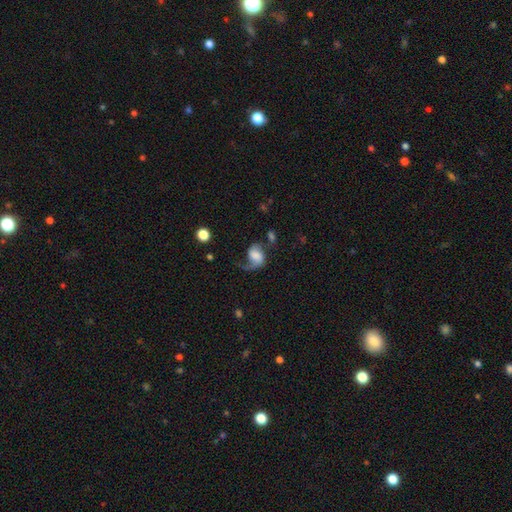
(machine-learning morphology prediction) The model was most divided on "bulge size": none: 29%, large: 27%, moderate: 19%, small: 15%, dominant: 10%. Remaining: edge-on disk — no (98%); spiral arms — yes (92%); smooth or featured — featured or disk (64%); spiral winding — loose (63%); bar — no (50%); spiral arm count — 2 (49%); merging — none (38%).